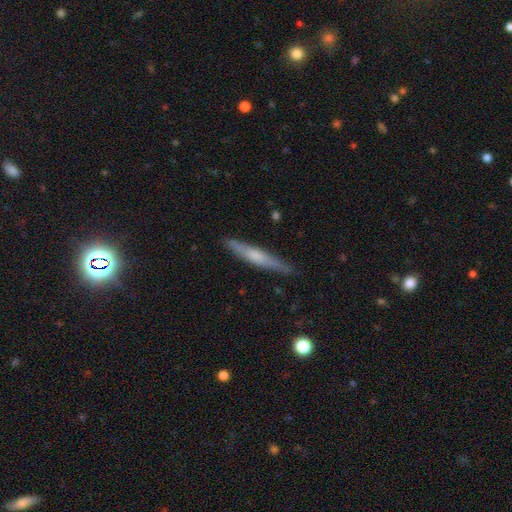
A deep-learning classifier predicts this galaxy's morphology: featured or disk 50%, smooth 44%, star or artifact 6%. Down the decision tree: merging — none (86%).